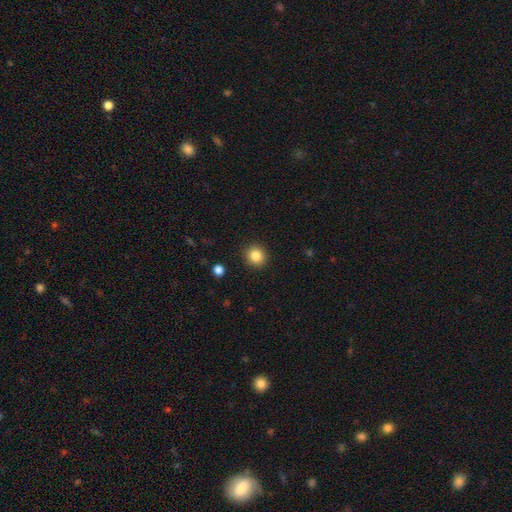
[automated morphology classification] This appears to be a smooth galaxy with no disk features (84%) that is round (89%). Merging: none (92%).